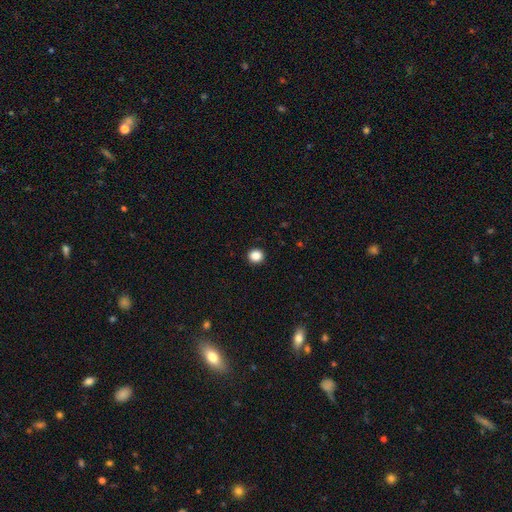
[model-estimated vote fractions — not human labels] A smooth galaxy with no disk features (88%) that is round (91%). Merging: none (93%).